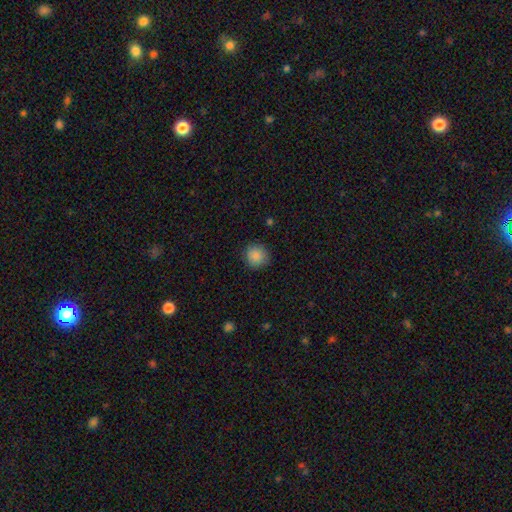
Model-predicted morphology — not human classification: Smooth or featured: smooth — 87% (star or artifact — 9%)
How rounded: round — 93% (in between — 7%)
Merging: none — 88% (minor disturbance — 8%)